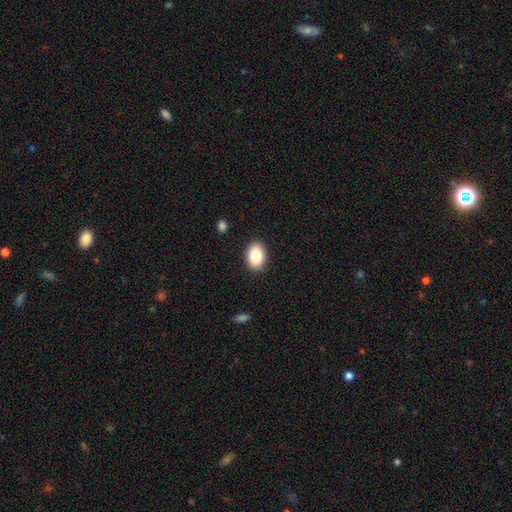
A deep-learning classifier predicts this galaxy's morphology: A smooth galaxy with no disk features (86%) that is in between round and cigar-shaped (85%).

Vote fractions:
- Smooth or featured? smooth: 86% / star or artifact: 7% / featured or disk: 7%
- How rounded? in between: 85% / round: 14% / cigar-shaped: 1%
- Merging? none: 89% / minor disturbance: 8% / major disturbance: 2% / merger: 1%